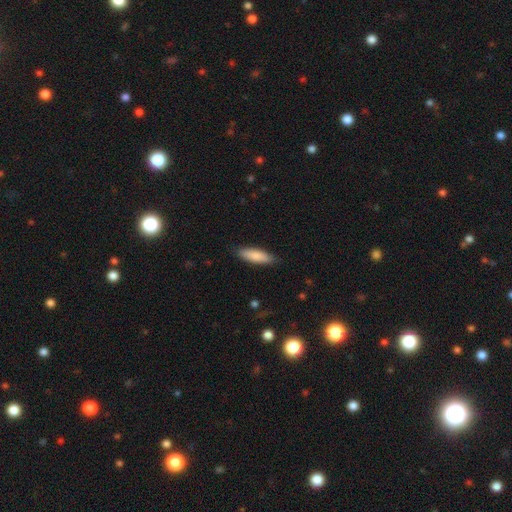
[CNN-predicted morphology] This is clearly a smooth galaxy (85%). How rounded: possibly cigar-shaped (52%). Merging: clearly none (86%).